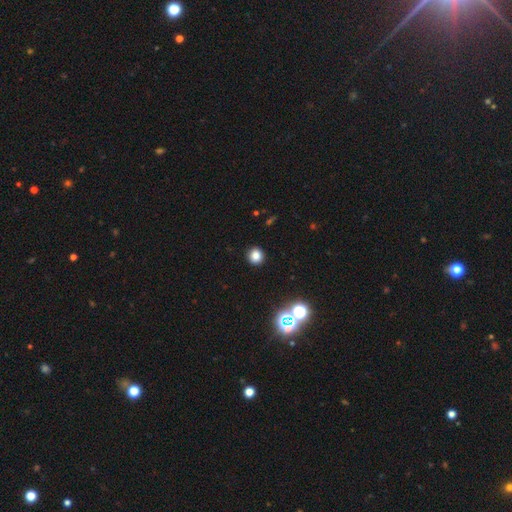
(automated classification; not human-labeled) Morphology: type=smooth (80%); roundness=round (90%); merging=none (92%).